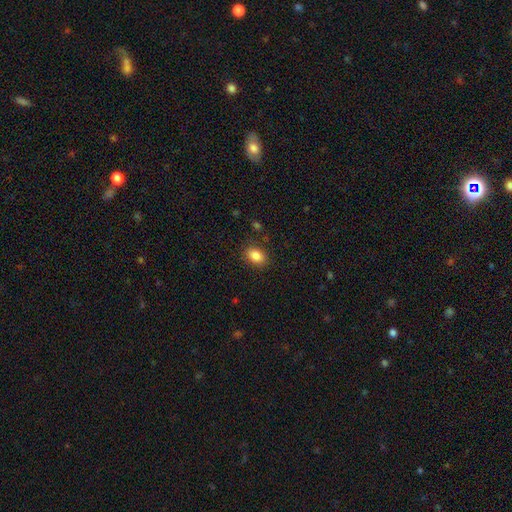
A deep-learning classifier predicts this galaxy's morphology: The model was most divided on "how rounded": in between: 77%, round: 22%, cigar-shaped: 1%. More confident: merging — none (86%); smooth or featured — smooth (85%).